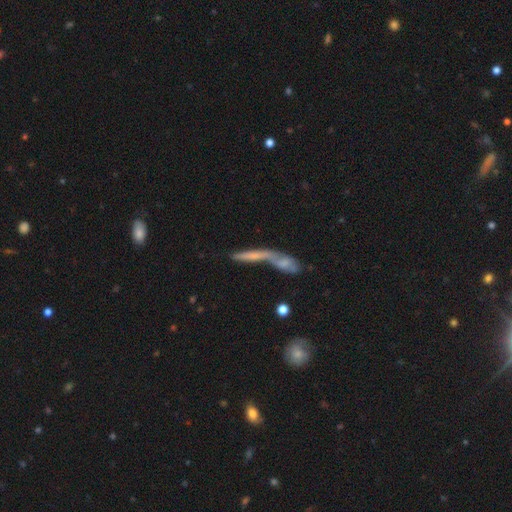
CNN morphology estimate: smooth_or_featured: smooth (p=0.49) [alt: featured or disk p=0.38]
merging: merger (p=0.63) [alt: none p=0.22]